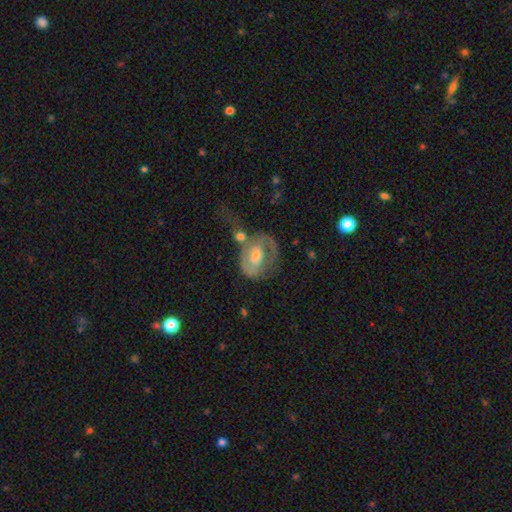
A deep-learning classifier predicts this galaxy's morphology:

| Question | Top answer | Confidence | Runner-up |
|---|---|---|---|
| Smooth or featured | featured or disk | 64% | smooth (29%) |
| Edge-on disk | no | 96% | yes (4%) |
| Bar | no | 50% | weak (37%) |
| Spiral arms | yes | 64% | no (36%) |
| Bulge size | moderate | 56% | small (35%) |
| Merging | none | 31% | major disturbance (28%) |